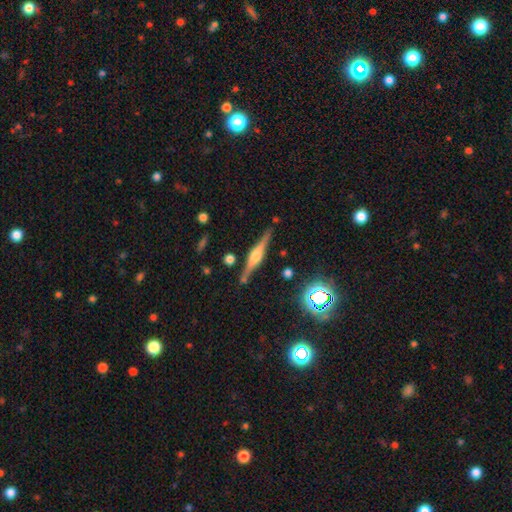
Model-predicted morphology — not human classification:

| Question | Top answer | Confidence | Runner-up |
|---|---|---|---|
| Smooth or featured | featured or disk | 78% | smooth (15%) |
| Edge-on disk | yes | 97% | no (3%) |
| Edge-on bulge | rounded | 82% | boxy (16%) |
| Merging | none | 85% | minor disturbance (10%) |